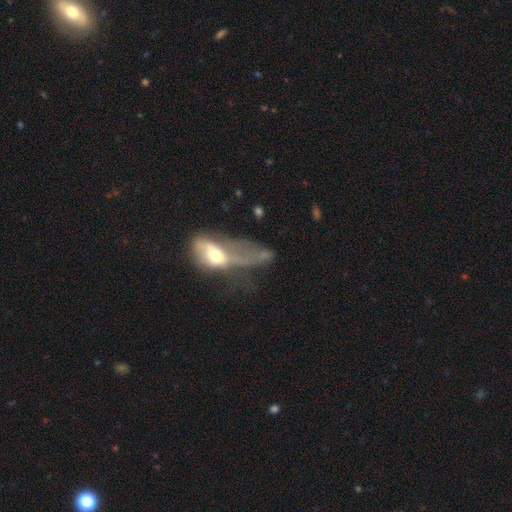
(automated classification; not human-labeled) Q: Smooth or featured?
A: smooth (44%); tied with: featured or disk (44%)
Q: Merging?
A: major disturbance (62%); runner-up: merger (15%)